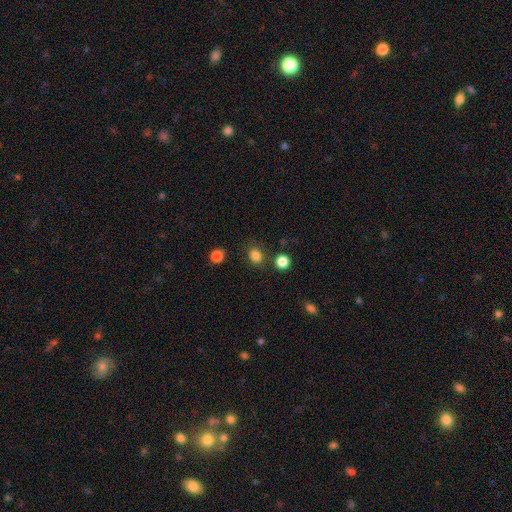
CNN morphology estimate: Overall: smooth (83%). How rounded: round (63%; in between 36%). Merging: none (80%).